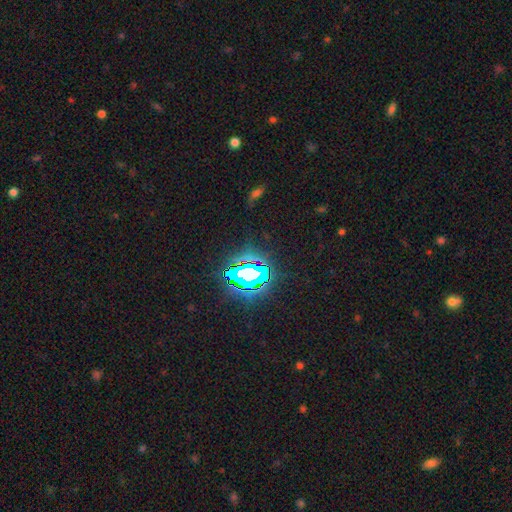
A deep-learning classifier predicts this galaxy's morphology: smooth-or-featured: star or artifact: 80% | smooth: 13% | featured or disk: 7%